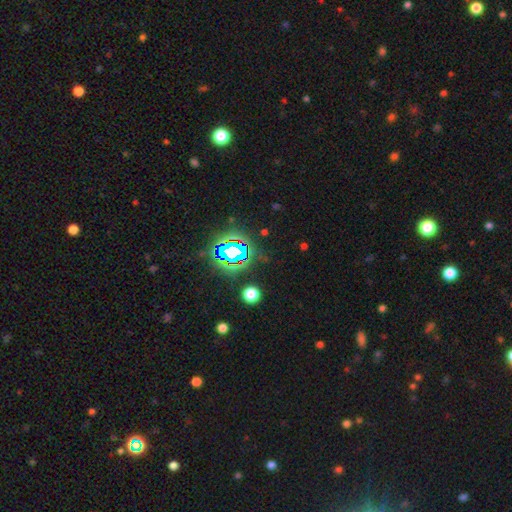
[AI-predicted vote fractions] smooth-or-featured: star or artifact: 80% | smooth: 12% | featured or disk: 8%